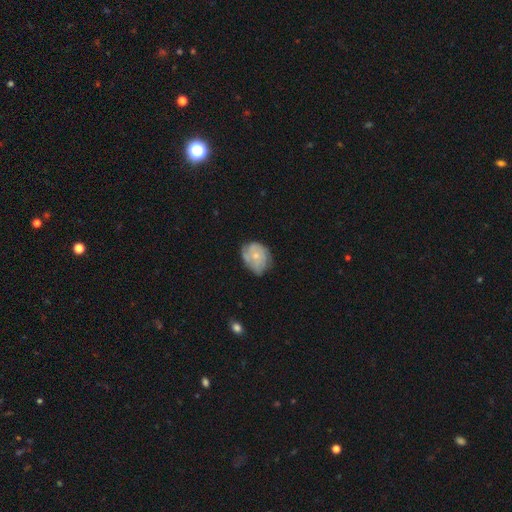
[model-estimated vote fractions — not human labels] Morphology: type=featured or disk (52%); edge-on=no (97%); bar=no (85%); spiral arms=yes (69%); bulge=small (63%); merging=none (57%).